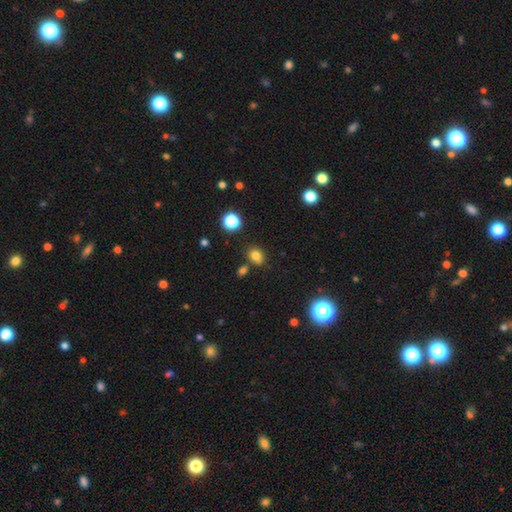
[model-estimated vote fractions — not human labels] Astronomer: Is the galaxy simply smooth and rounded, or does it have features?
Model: smooth — 78%.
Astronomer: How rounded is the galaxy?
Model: in between — 52% (runner-up: round, 47%).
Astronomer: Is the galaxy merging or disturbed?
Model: none — 71%.